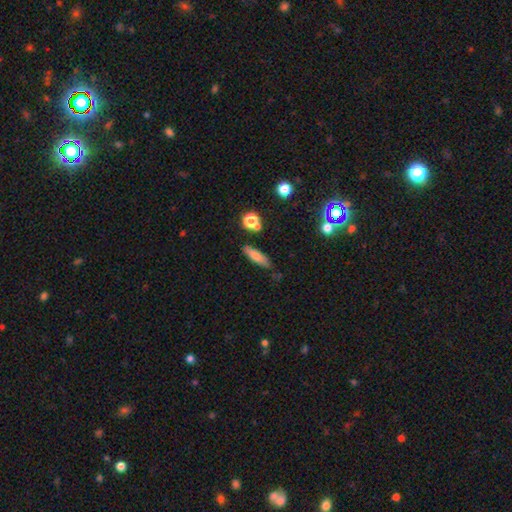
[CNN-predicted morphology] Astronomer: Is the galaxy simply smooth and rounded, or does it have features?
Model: smooth — 73%.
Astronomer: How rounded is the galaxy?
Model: cigar-shaped — 61%.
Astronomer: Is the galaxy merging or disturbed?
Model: none — 74%.